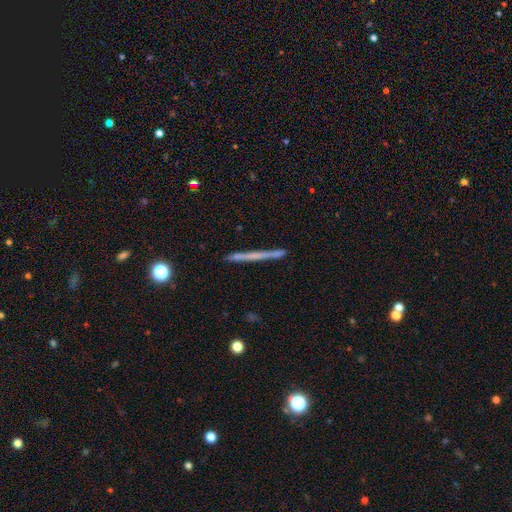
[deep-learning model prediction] Smooth or featured?
  - smooth: 48% *
  - featured or disk: 46%
  - star or artifact: 7%
Merging?
  - none: 87% *
  - minor disturbance: 9%
  - merger: 2%
  - major disturbance: 2%